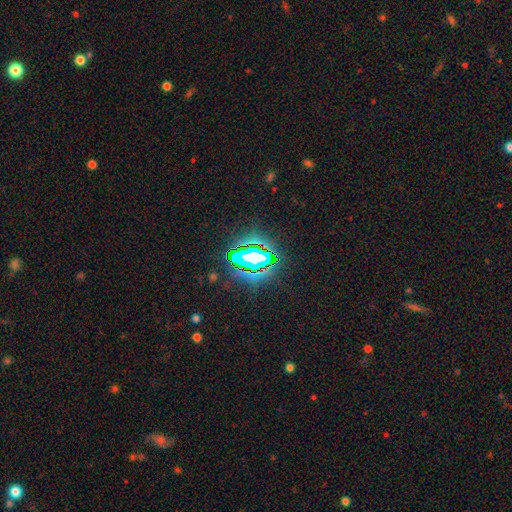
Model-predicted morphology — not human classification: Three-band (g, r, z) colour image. It shows a star or artifact, not a galaxy (74%).